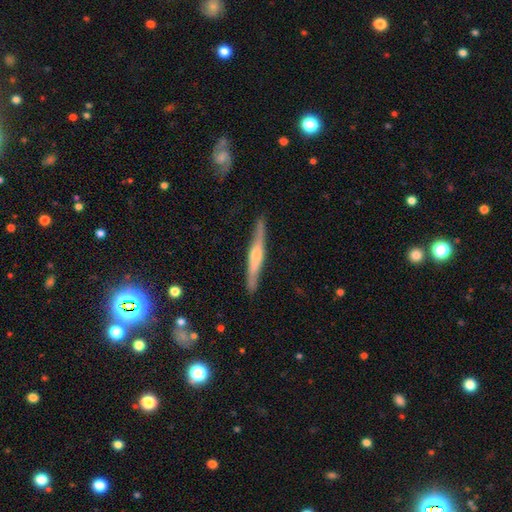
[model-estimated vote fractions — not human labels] Smooth or featured? featured or disk (73%)
Edge-on disk? yes (96%)
Edge-on bulge? rounded (76%)
Merging? none (87%)